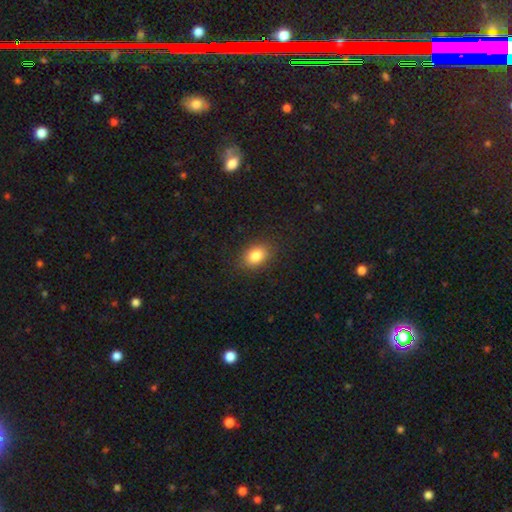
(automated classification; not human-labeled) smooth-or-featured: smooth: 84% | star or artifact: 10% | featured or disk: 7%
  how-rounded: in between: 70% | round: 29% | cigar-shaped: 1%
  merging: none: 86% | minor disturbance: 10% | major disturbance: 3% | merger: 1%